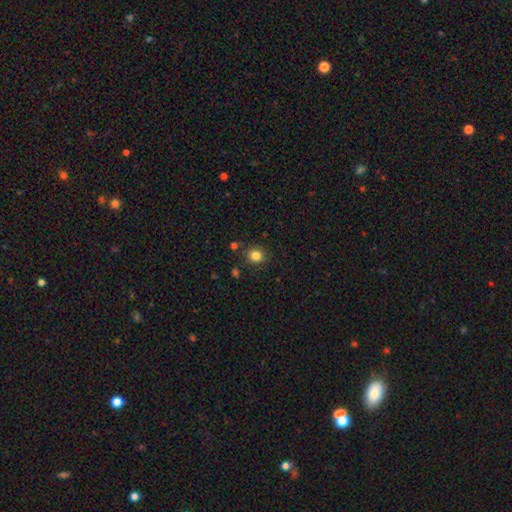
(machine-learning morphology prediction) A smooth galaxy with no disk features (83%) that is round (79%).

Vote fractions:
- Smooth or featured? smooth: 83% / star or artifact: 12% / featured or disk: 5%
- How rounded? round: 79% / in between: 20% / cigar-shaped: 1%
- Merging? none: 85% / minor disturbance: 9% / merger: 3% / major disturbance: 3%